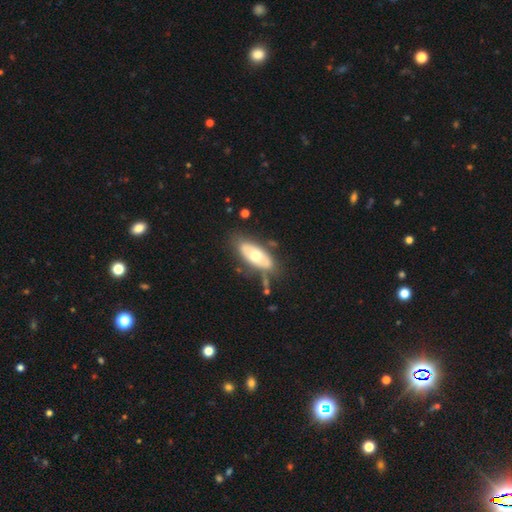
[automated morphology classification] Smooth or featured? Predicted: featured or disk (p=0.49). Merging? Predicted: none (p=0.70).